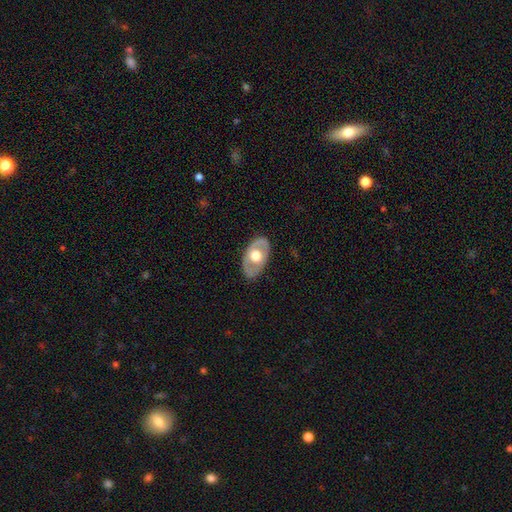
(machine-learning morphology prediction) featured or disk 56%, smooth 39%, star or artifact 5%. Down the decision tree: edge-on disk — no (86%); merging — none (82%).